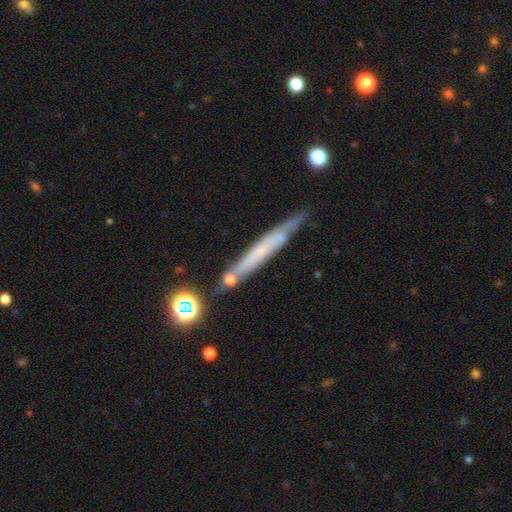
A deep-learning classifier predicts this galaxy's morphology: Smooth or featured? featured or disk (51%)
Edge-on disk? yes (89%)
Merging? none (78%)